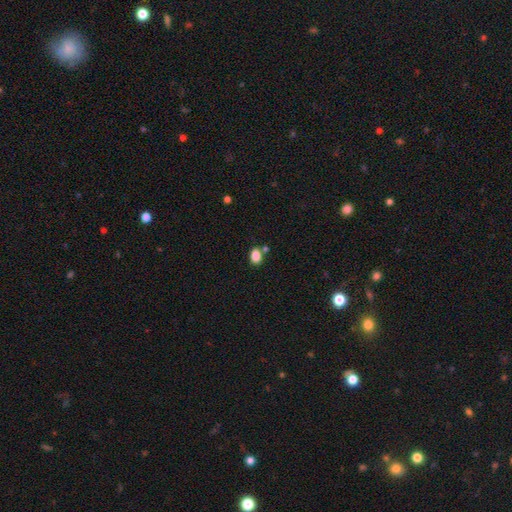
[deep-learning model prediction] This appears to be a smooth galaxy with no disk features (86%) that is in between round and cigar-shaped (77%). Merging: none (69%).